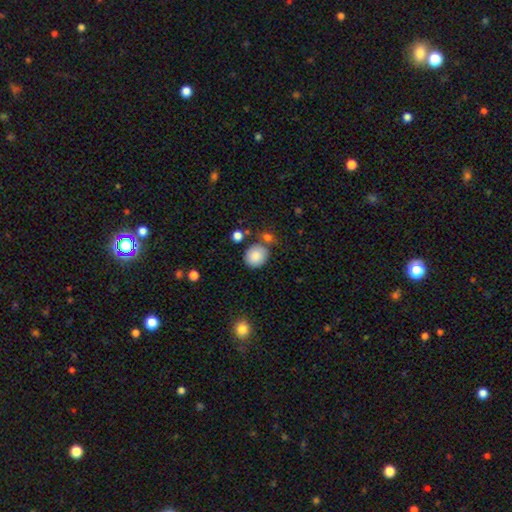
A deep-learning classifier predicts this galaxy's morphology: smooth 87%, star or artifact 8%, featured or disk 5%. Down the decision tree: how rounded — round (75%); merging — none (72%).